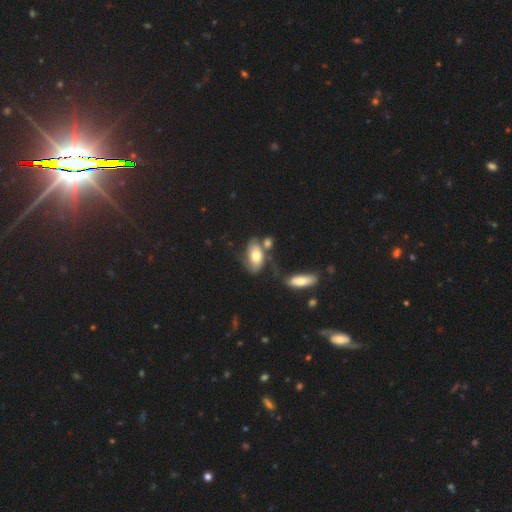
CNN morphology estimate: smooth-or-featured: smooth: 55% | featured or disk: 38% | star or artifact: 7%
  how-rounded: in between: 90% | round: 6% | cigar-shaped: 4%
  merging: none: 38% | merger: 27% | minor disturbance: 21% | major disturbance: 14%